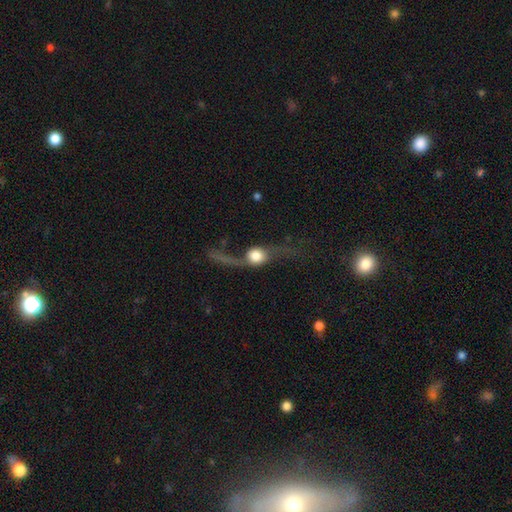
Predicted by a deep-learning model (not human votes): The model was most divided on "merging": none: 43%, major disturbance: 33%, minor disturbance: 17%, merger: 6%. More confident: smooth or featured — featured or disk (64%); edge-on disk — no (55%).